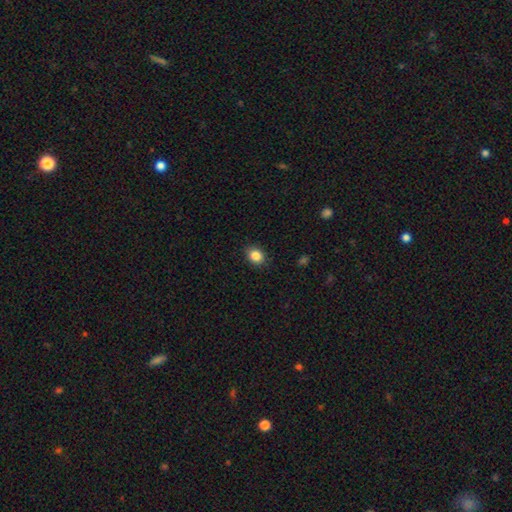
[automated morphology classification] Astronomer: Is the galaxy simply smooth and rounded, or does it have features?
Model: smooth — 86%.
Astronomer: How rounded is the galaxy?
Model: round — 51% (runner-up: in between, 48%).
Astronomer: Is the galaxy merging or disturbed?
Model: none — 89%.